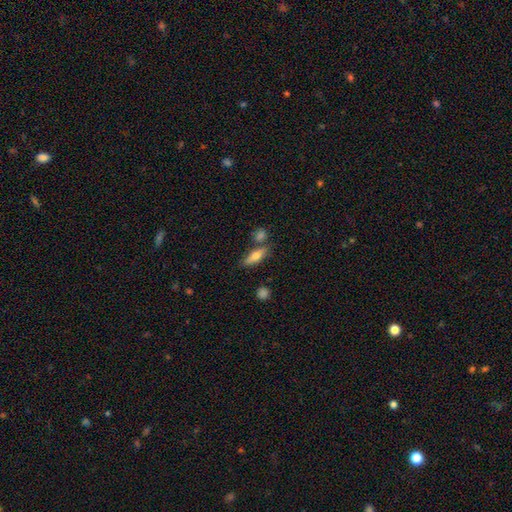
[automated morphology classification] Smooth or featured?
  - smooth: 67% *
  - featured or disk: 26%
  - star or artifact: 7%
How rounded?
  - in between: 52% *
  - cigar-shaped: 44%
  - round: 4%
Merging?
  - none: 68% *
  - merger: 14%
  - minor disturbance: 14%
  - major disturbance: 4%